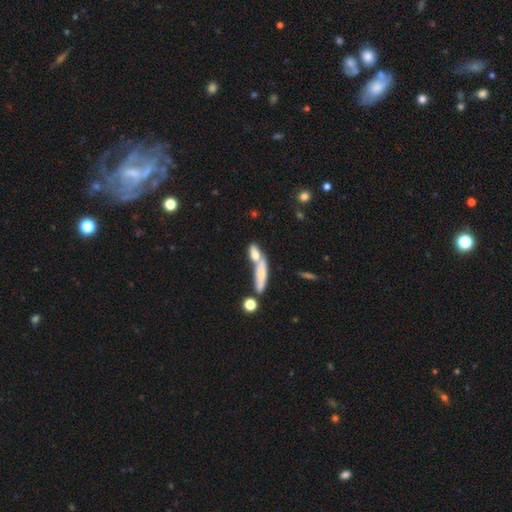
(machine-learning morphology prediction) Smooth or featured? smooth (65%)
How rounded? cigar-shaped (51%)
Merging? merger (45%)